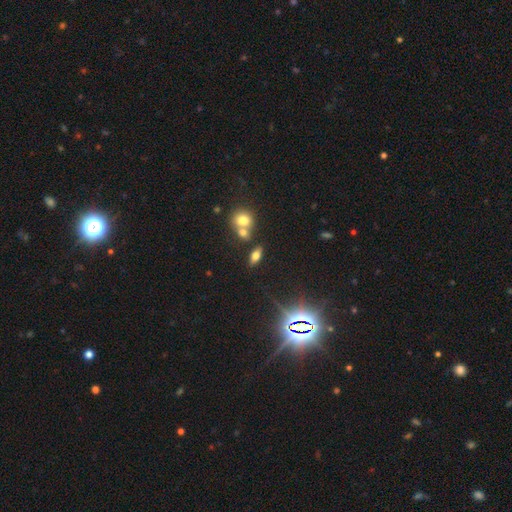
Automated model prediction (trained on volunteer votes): Smooth or featured: smooth — 58% (featured or disk — 23%)
How rounded: in between — 73% (cigar-shaped — 17%)
Merging: none — 69% (merger — 18%)